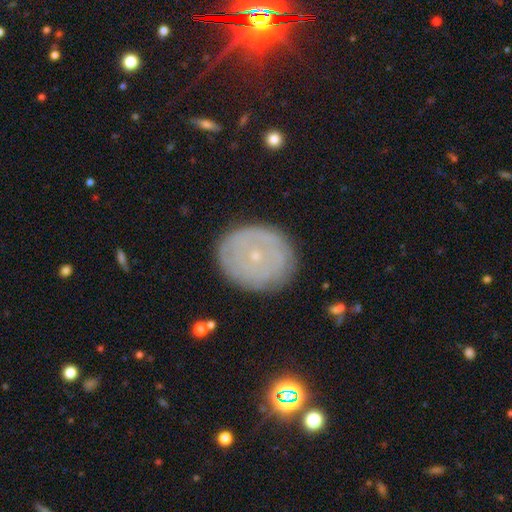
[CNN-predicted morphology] featured or disk 50%, smooth 39%, star or artifact 11%. Down the decision tree: edge-on disk — no (95%); merging — none (84%).